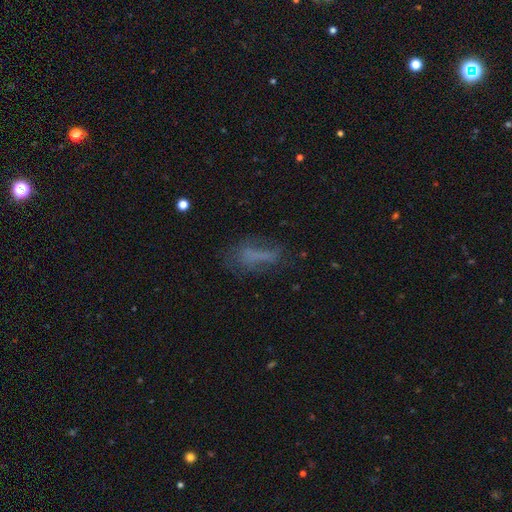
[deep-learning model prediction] Smooth or featured?
  - smooth: 55% *
  - featured or disk: 29%
  - star or artifact: 17%
How rounded?
  - in between: 57% *
  - cigar-shaped: 38%
  - round: 4%
Merging?
  - none: 50% *
  - minor disturbance: 24%
  - major disturbance: 22%
  - merger: 3%